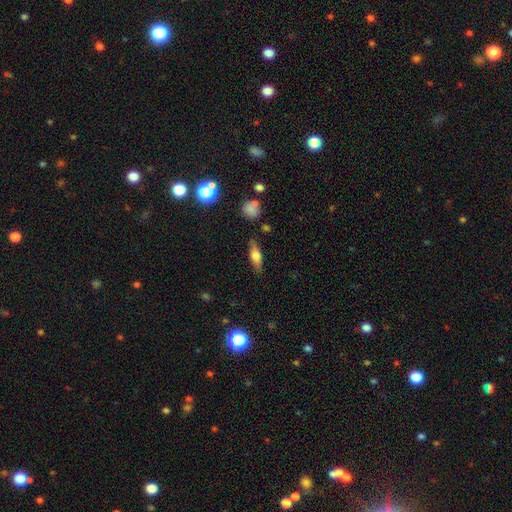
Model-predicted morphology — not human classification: A smooth galaxy with no disk features (53%) that is in between round and cigar-shaped (50%).

Vote fractions:
- Smooth or featured? smooth: 53% / featured or disk: 39% / star or artifact: 8%
- How rounded? in between: 50% / cigar-shaped: 45% / round: 5%
- Merging? none: 83% / minor disturbance: 12% / major disturbance: 3% / merger: 2%